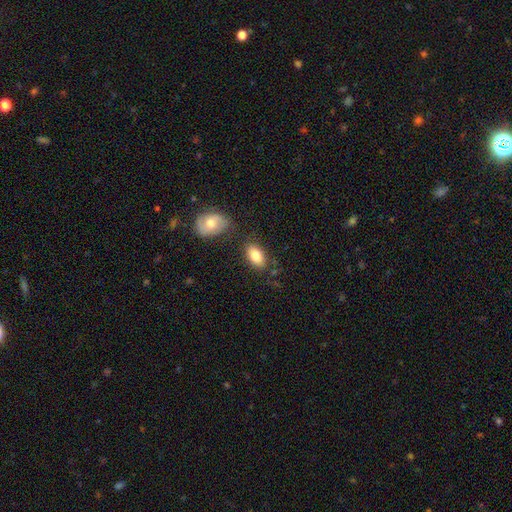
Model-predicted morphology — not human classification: smooth-or-featured: smooth: 83% | featured or disk: 10% | star or artifact: 7%
  how-rounded: in between: 92% | round: 6% | cigar-shaped: 2%
  merging: none: 76% | minor disturbance: 13% | merger: 8% | major disturbance: 3%